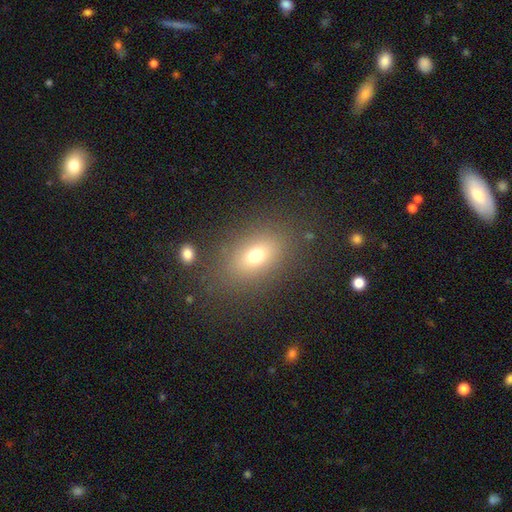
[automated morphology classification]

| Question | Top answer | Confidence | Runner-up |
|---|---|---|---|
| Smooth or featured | smooth | 72% | star or artifact (14%) |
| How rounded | in between | 78% | round (19%) |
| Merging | none | 82% | minor disturbance (10%) |